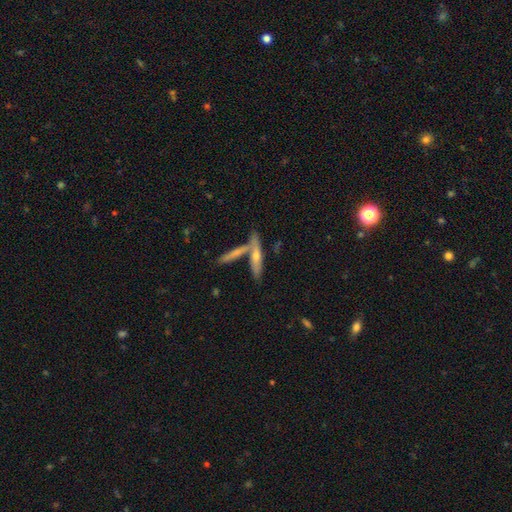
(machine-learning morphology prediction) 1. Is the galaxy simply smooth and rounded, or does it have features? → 51% featured or disk, 42% smooth, 8% star or artifact.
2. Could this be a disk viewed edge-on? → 84% yes, 16% no.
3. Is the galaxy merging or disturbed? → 55% none, 32% merger, 10% minor disturbance, 4% major disturbance.